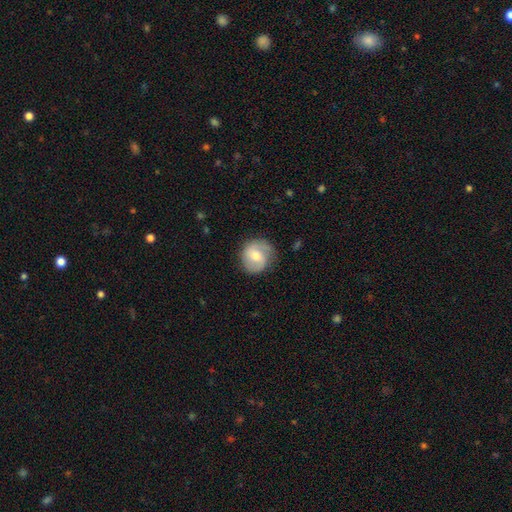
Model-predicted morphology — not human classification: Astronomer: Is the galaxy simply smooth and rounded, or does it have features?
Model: featured or disk — 60%.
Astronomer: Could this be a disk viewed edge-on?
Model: no — 98%.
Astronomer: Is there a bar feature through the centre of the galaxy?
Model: weak — 47% (runner-up: no, 41%).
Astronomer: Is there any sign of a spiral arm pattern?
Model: yes — 87%.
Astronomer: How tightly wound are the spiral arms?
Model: medium — 45% (runner-up: tight, 34%).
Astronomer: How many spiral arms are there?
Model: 2 — 77%.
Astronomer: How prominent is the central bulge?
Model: moderate — 65%.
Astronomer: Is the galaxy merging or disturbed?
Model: none — 77%.